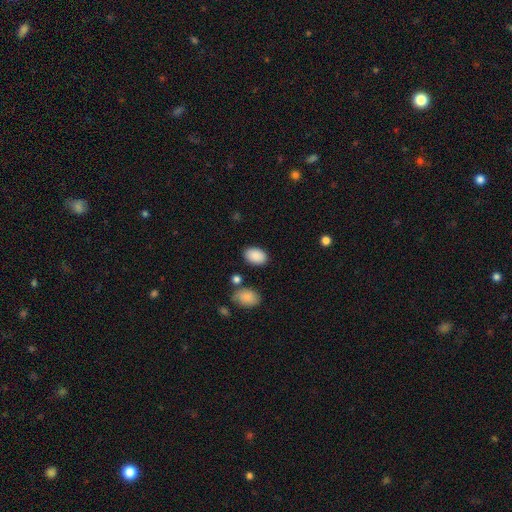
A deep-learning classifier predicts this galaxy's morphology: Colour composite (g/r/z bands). It shows a smooth galaxy with no disk features (89%) that is in between round and cigar-shaped (90%). Merging: none (84%).